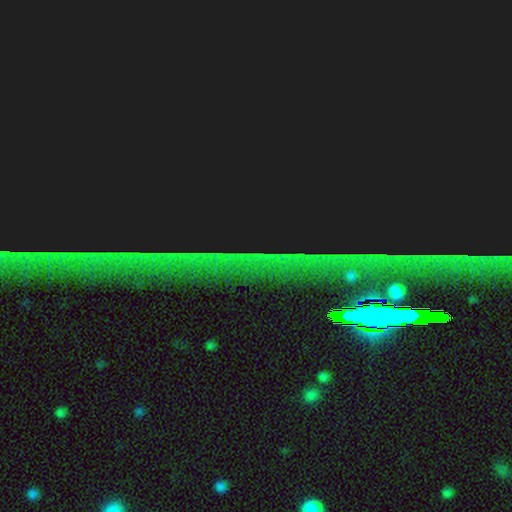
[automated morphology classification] This is clearly a star or artifact rather than a galaxy (83%).